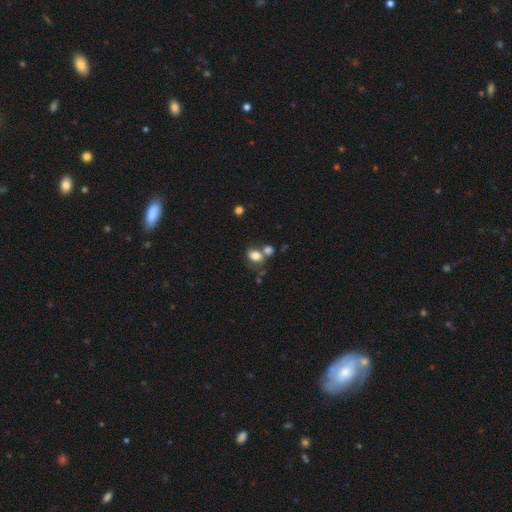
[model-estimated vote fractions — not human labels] smooth-or-featured: smooth: 78% | star or artifact: 11% | featured or disk: 11%
  how-rounded: in between: 66% | round: 33% | cigar-shaped: 1%
  merging: none: 44% | merger: 36% | minor disturbance: 14% | major disturbance: 6%